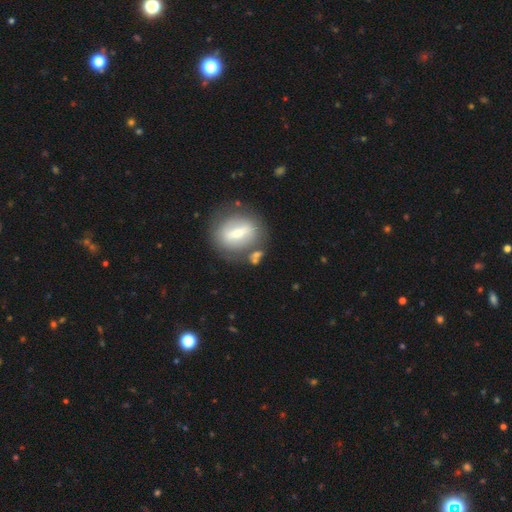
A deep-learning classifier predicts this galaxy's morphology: Overall: smooth (48%; featured or disk 44%). Merging: none (70%).